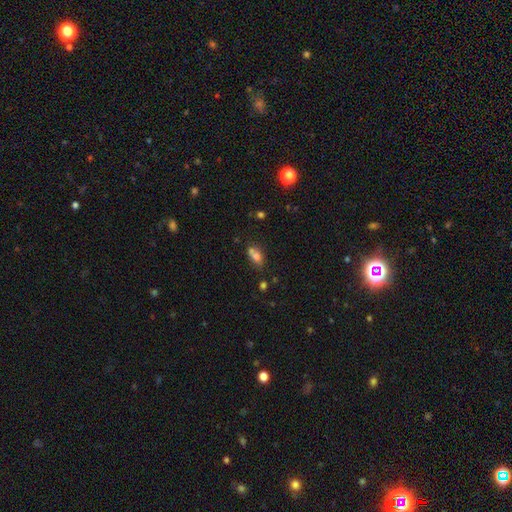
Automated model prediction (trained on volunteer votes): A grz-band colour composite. It shows a smooth galaxy with no disk features (71%) that is in between round and cigar-shaped (70%). Merging: merger (43%).